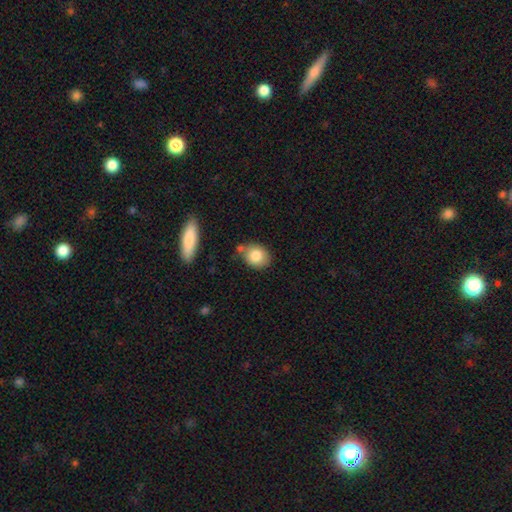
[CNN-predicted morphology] Q: Smooth or featured?
A: smooth (84%); runner-up: featured or disk (9%)
Q: How rounded?
A: round (59%); runner-up: in between (39%)
Q: Merging?
A: none (68%); runner-up: minor disturbance (16%)